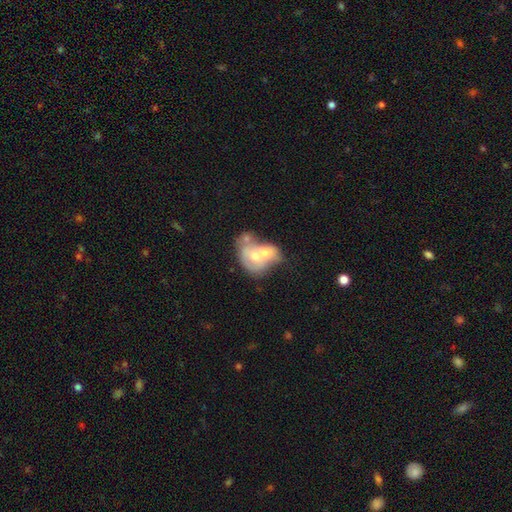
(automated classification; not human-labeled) Overall: smooth (48%; featured or disk 45%). Merging: merger (77%).